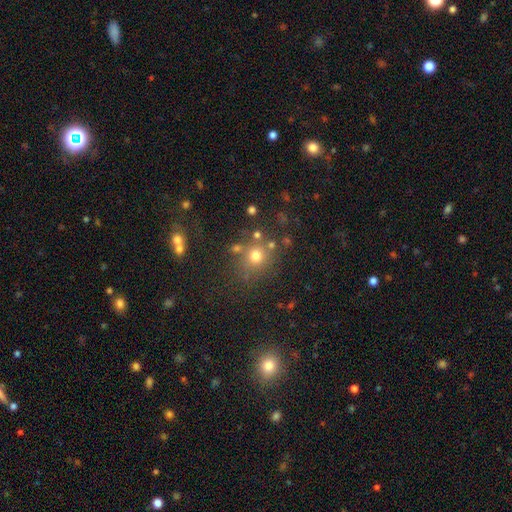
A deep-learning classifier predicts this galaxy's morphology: Smooth or featured? Predicted: smooth (p=0.70). How rounded? Predicted: round (p=0.86). Merging? Predicted: none (p=0.73).